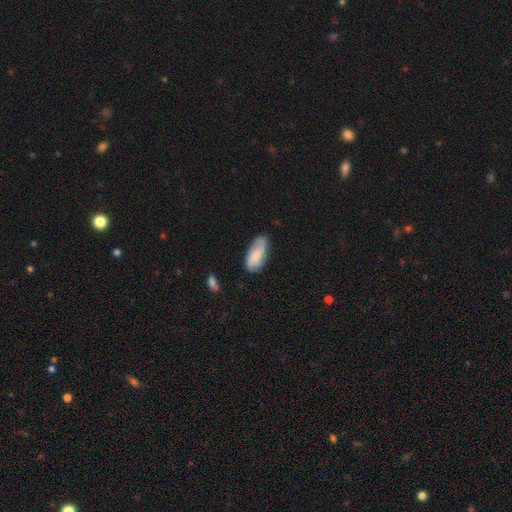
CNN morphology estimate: Smooth or featured? Predicted: smooth (p=0.79). How rounded? Predicted: in between (p=0.86). Merging? Predicted: none (p=0.68).